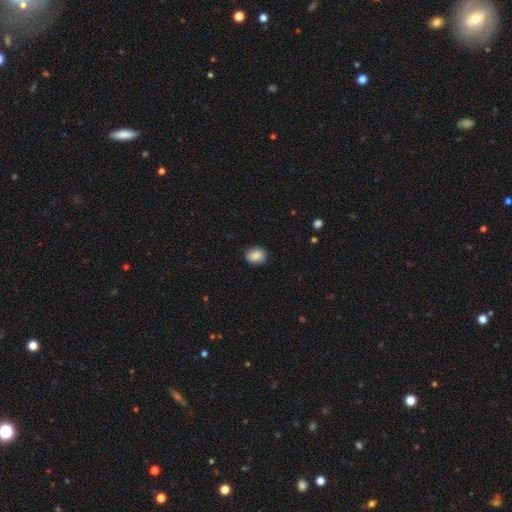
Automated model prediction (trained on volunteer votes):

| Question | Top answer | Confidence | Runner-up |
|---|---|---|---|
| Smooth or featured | smooth | 87% | star or artifact (8%) |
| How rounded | in between | 55% | round (44%) |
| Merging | none | 86% | minor disturbance (10%) |